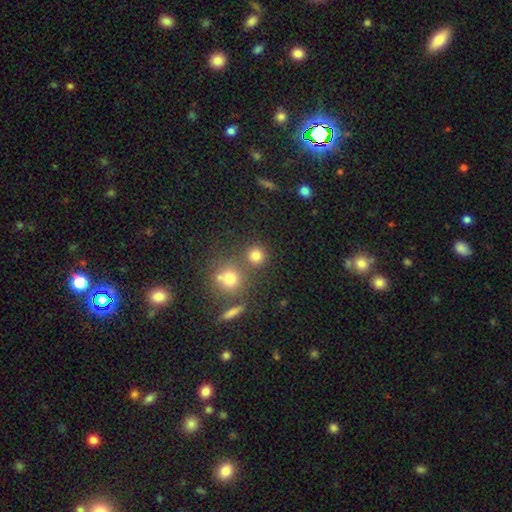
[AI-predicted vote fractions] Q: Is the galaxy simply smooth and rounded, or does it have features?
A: smooth — 78%.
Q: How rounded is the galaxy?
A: round — 91%.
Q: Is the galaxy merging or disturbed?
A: none — 72%.